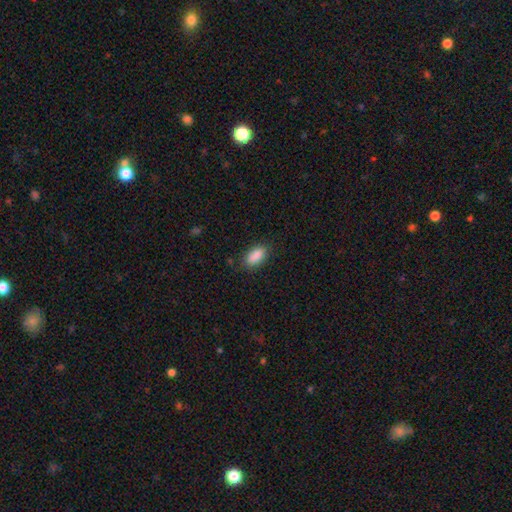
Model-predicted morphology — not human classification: smooth_or_featured: smooth (p=0.88) [alt: star or artifact p=0.07]
how_rounded: in between (p=0.86) [alt: cigar-shaped p=0.11]
merging: none (p=0.83) [alt: minor disturbance p=0.13]